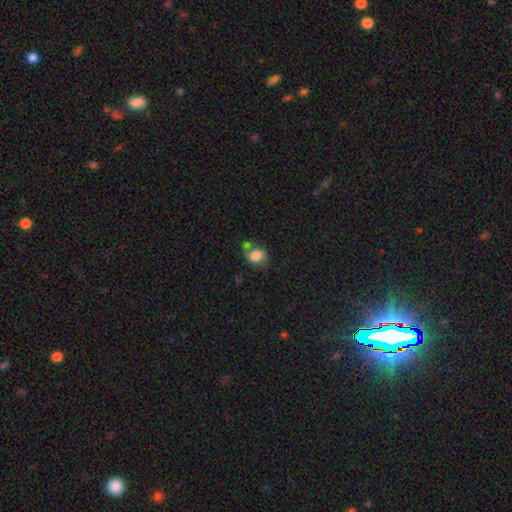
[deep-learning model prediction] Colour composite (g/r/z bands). It shows a smooth galaxy with no disk features (66%) that is in between round and cigar-shaped (55%). Merging: none (44%).